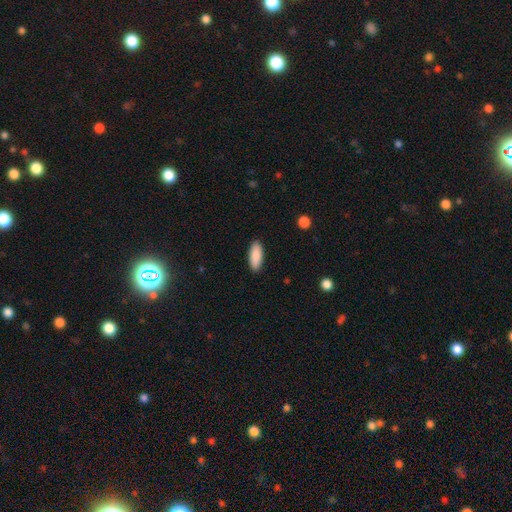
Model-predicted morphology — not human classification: smooth_or_featured: smooth (p=0.90) [alt: star or artifact p=0.06]
how_rounded: in between (p=0.76) [alt: cigar-shaped p=0.22]
merging: none (p=0.90) [alt: minor disturbance p=0.07]